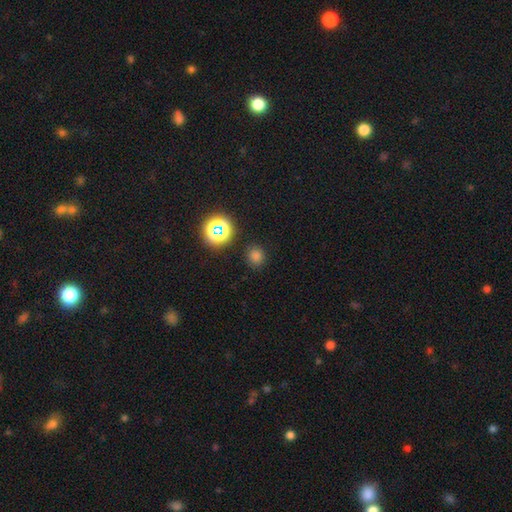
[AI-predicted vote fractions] smooth-or-featured: smooth: 74% | star or artifact: 21% | featured or disk: 5%
  how-rounded: round: 83% | in between: 16% | cigar-shaped: 1%
  merging: none: 87% | minor disturbance: 8% | major disturbance: 3% | merger: 2%